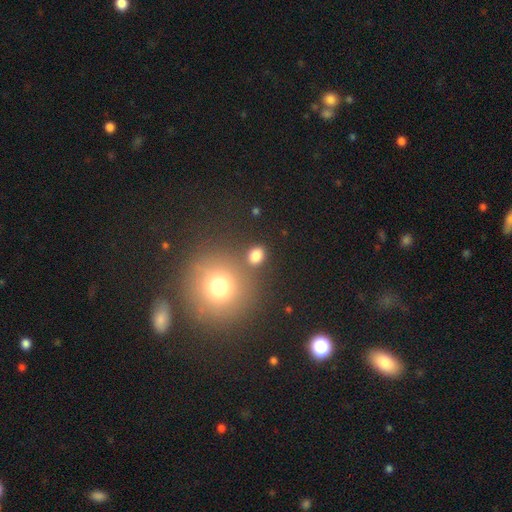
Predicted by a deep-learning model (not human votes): Q: Smooth or featured?
A: smooth (79%); runner-up: star or artifact (15%)
Q: How rounded?
A: round (57%); runner-up: in between (41%)
Q: Merging?
A: none (77%); runner-up: merger (11%)